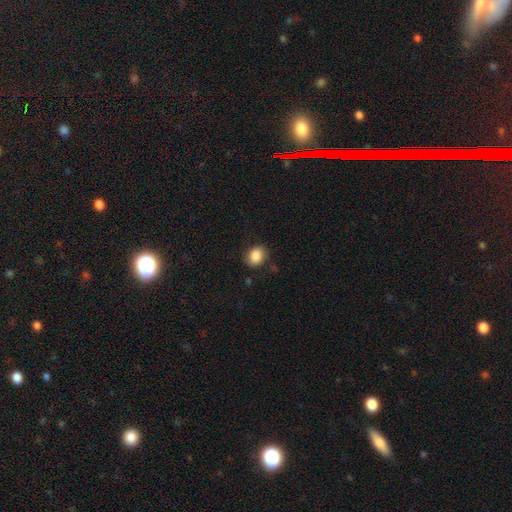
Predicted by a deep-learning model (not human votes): Morphology: type=smooth (86%); roundness=in between (51%); merging=none (79%).